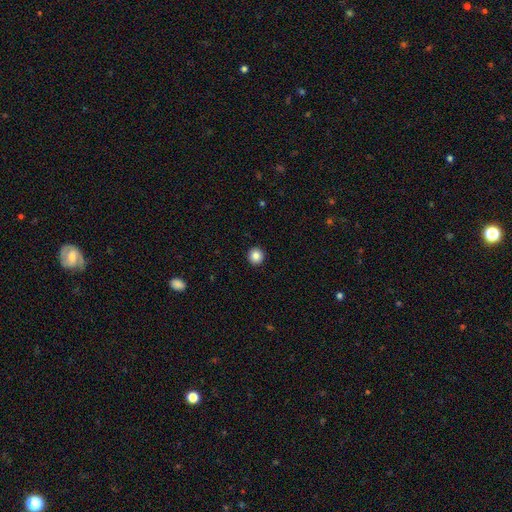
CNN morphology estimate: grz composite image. It shows a smooth galaxy with no disk features (86%) that is round (95%). Merging: none (94%).